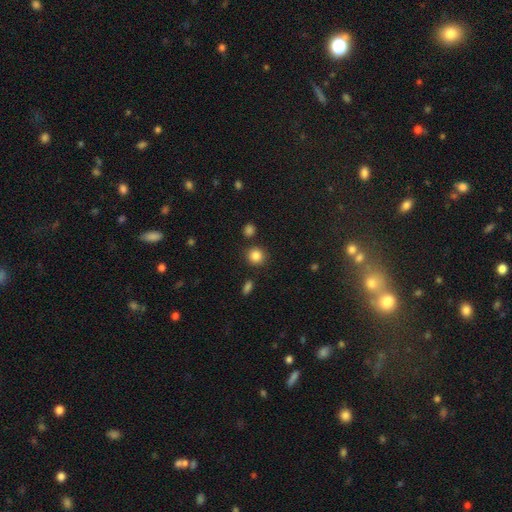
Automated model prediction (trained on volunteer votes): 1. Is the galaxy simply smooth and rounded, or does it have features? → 85% smooth, 11% star or artifact, 4% featured or disk.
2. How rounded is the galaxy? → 89% round, 10% in between, 1% cigar-shaped.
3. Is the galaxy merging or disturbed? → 86% none, 7% minor disturbance, 4% merger, 3% major disturbance.